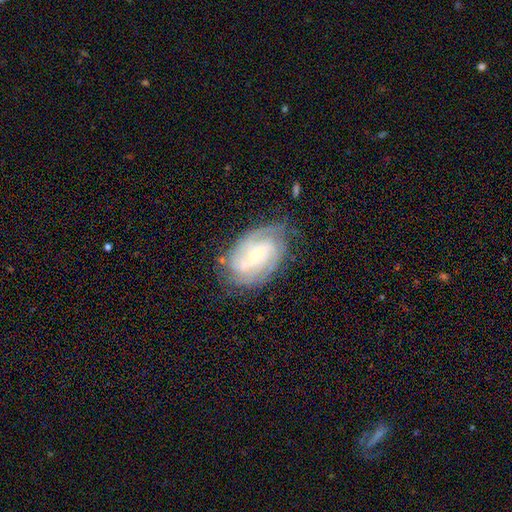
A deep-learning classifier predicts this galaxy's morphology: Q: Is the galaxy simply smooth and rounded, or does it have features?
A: featured or disk — 86%.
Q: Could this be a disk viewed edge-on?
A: no — 96%.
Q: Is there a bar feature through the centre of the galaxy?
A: weak — 43%.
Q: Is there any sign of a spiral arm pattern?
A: yes — 96%.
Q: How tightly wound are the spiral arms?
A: tight — 58%.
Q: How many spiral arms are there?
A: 2 — 35%.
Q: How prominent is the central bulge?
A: small — 66%.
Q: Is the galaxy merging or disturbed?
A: none — 74%.